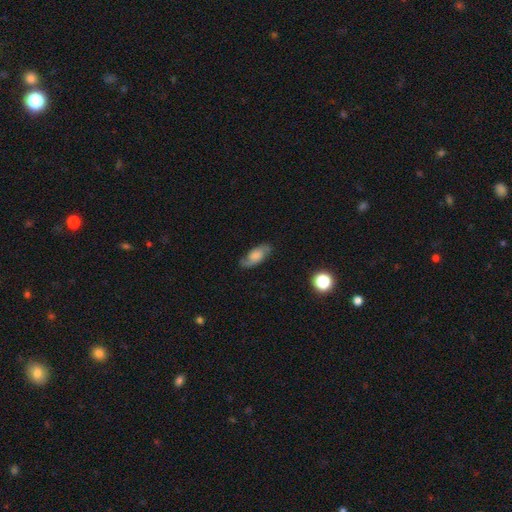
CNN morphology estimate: This is possibly a featured or disk galaxy (54%). It is clearly not viewed edge-on (90%). Merging: likely none (77%).